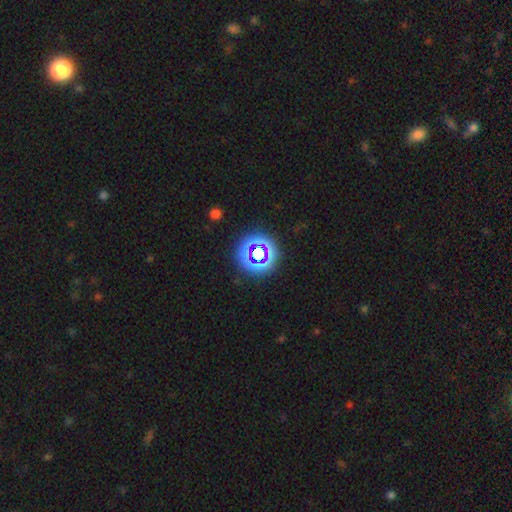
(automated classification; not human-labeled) Morphology: type=star or artifact (68%).